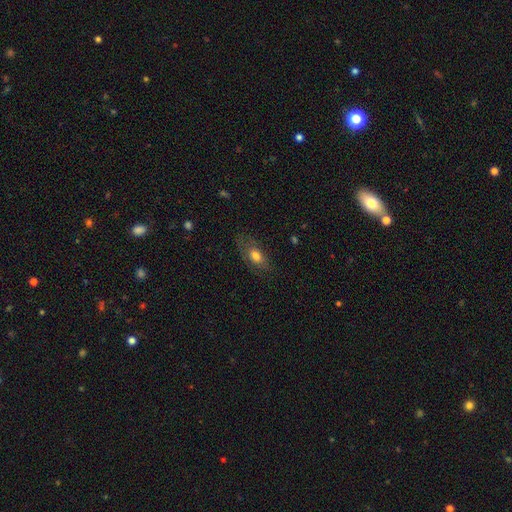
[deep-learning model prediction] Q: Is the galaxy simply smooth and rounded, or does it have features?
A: smooth — 65%.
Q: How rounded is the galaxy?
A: in between — 86%.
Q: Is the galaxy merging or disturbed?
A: none — 69%.